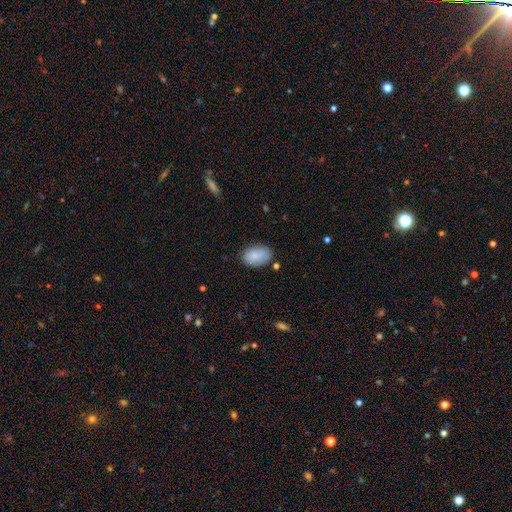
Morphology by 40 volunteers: Smooth or featured?
  - smooth: 82% *
  - star or artifact: 10%
  - featured or disk: 8%
How rounded?
  - in between: 94% *
  - round: 6%
  - cigar-shaped: 0%
Merging?
  - none: 92% *
  - minor disturbance: 8%
  - major disturbance: 0%
  - merger: 0%